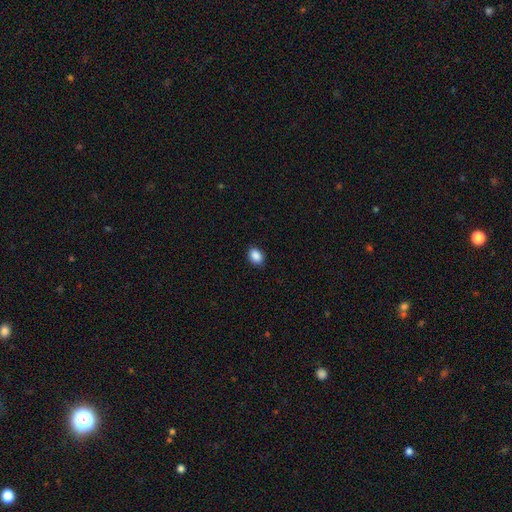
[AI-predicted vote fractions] Overall: smooth (89%). How rounded: in between (70%). Merging: none (89%).